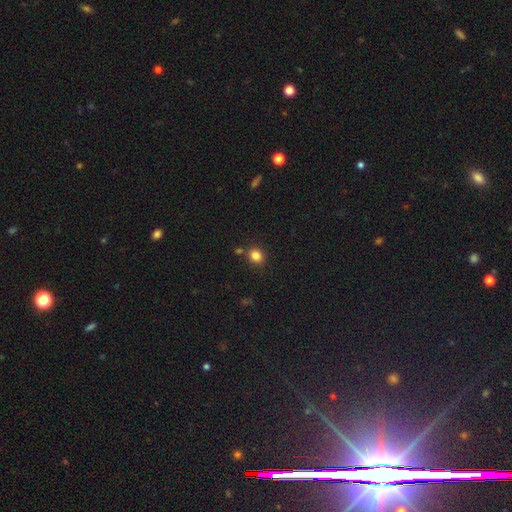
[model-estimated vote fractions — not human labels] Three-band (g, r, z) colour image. It shows a smooth galaxy with no disk features (83%) that is round (78%). Merging: none (79%).